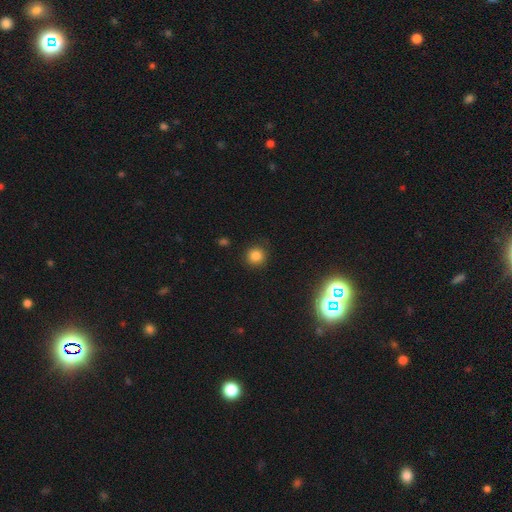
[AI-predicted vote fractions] smooth-or-featured: smooth: 81% | star or artifact: 14% | featured or disk: 5%
  how-rounded: round: 93% | in between: 6% | cigar-shaped: 1%
  merging: none: 89% | minor disturbance: 7% | major disturbance: 2% | merger: 1%